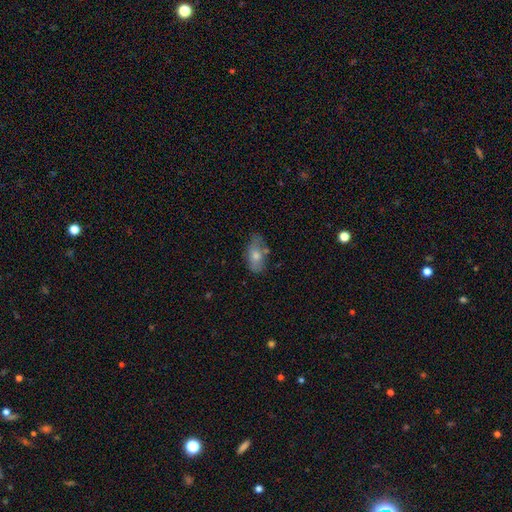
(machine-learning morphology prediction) This appears to be a smooth galaxy with no disk features (59%) that is in between round and cigar-shaped (85%). Merging: none (63%).